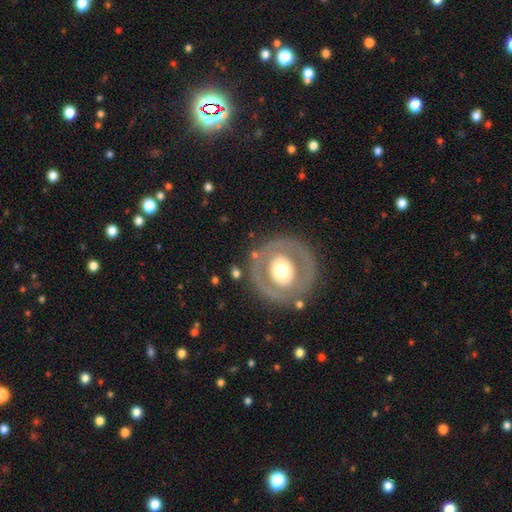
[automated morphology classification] Smooth or featured?
  - featured or disk: 54% *
  - smooth: 39%
  - star or artifact: 7%
Edge-on disk?
  - no: 95% *
  - yes: 5%
Bar?
  - no: 85% *
  - weak: 10%
  - strong: 5%
Spiral arms?
  - no: 87% *
  - yes: 13%
Bulge size?
  - moderate: 48% *
  - large: 41%
  - dominant: 6%
  - small: 4%
  - none: 1%
Merging?
  - none: 80% *
  - minor disturbance: 11%
  - major disturbance: 7%
  - merger: 2%